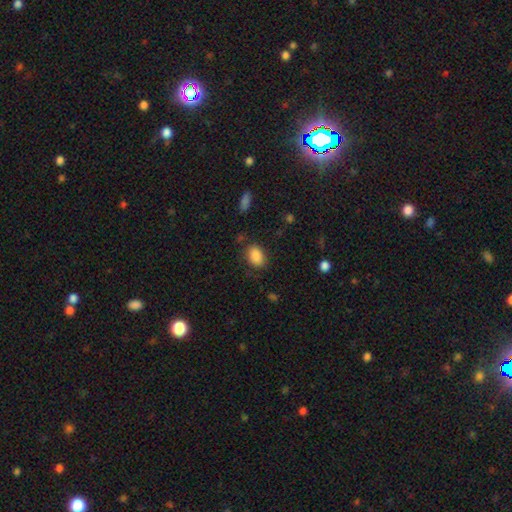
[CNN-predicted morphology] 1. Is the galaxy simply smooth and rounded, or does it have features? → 88% smooth, 8% star or artifact, 4% featured or disk.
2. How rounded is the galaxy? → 84% in between, 15% round, 1% cigar-shaped.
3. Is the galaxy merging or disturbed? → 80% none, 14% minor disturbance, 4% major disturbance, 2% merger.